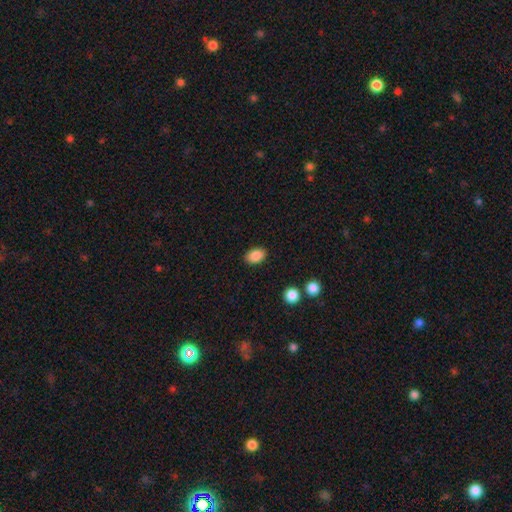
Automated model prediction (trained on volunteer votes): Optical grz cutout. It shows a smooth galaxy with no disk features (88%) that is in between round and cigar-shaped (85%). Merging: none (88%).